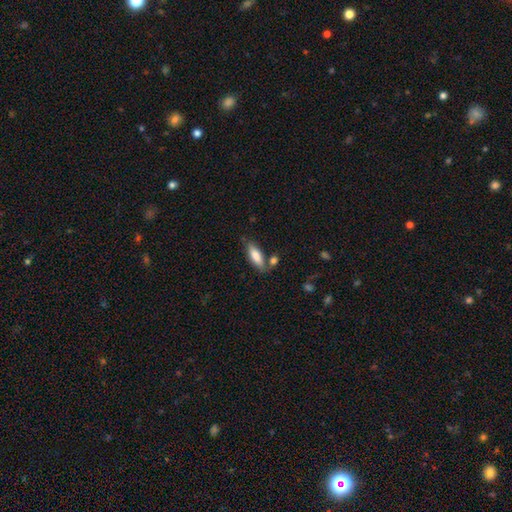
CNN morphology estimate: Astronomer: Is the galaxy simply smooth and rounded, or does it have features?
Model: smooth — 78%.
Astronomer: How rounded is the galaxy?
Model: in between — 57% (runner-up: cigar-shaped, 41%).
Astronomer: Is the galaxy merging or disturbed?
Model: none — 73%.